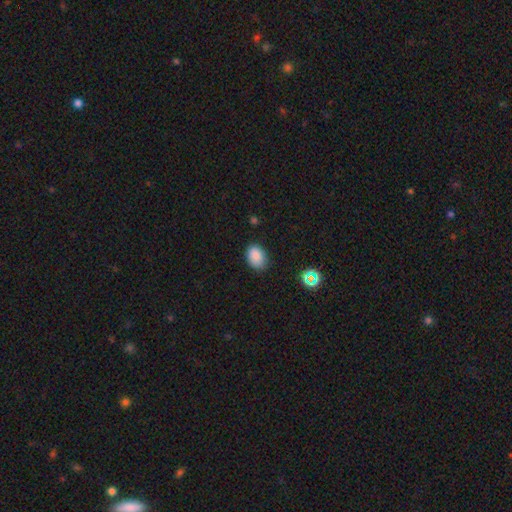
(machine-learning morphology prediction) Q: Smooth or featured?
A: smooth (85%); runner-up: star or artifact (10%)
Q: How rounded?
A: in between (75%); runner-up: round (24%)
Q: Merging?
A: none (80%); runner-up: minor disturbance (15%)